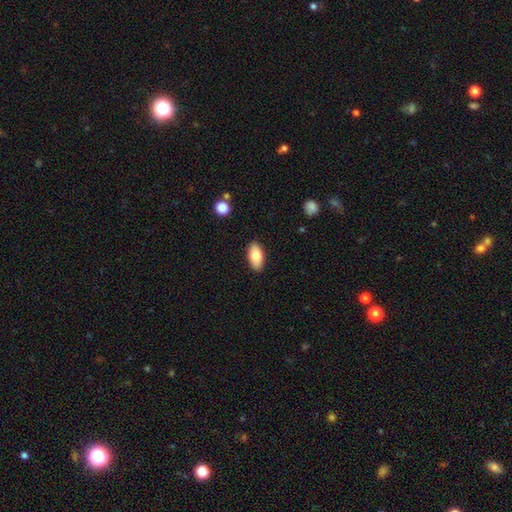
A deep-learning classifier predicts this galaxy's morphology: This is likely a smooth galaxy (79%). How rounded: clearly in between (93%). Merging: clearly none (88%).